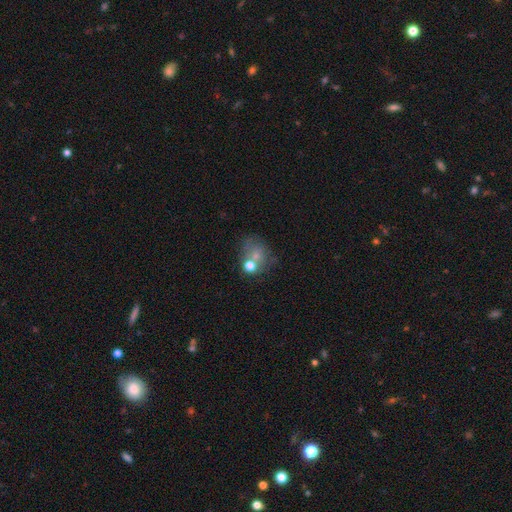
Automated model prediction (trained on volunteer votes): smooth 49%, featured or disk 26%, star or artifact 25%. Down the decision tree: merging — none (44%).